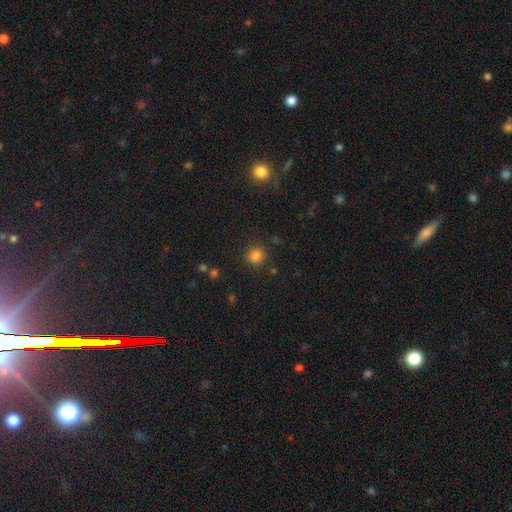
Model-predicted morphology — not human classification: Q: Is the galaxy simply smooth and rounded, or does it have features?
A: smooth — 82%.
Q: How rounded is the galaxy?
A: round — 92%.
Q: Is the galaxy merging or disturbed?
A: none — 88%.